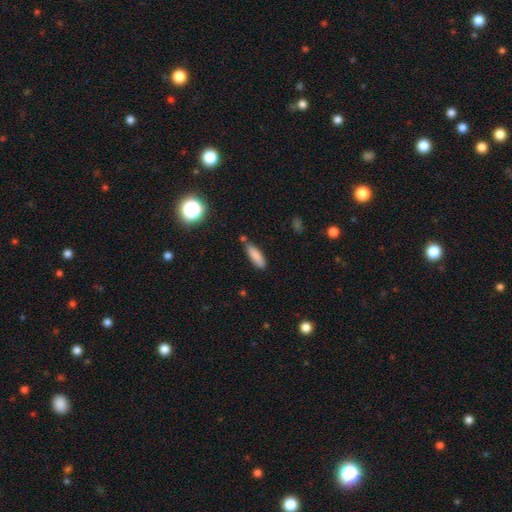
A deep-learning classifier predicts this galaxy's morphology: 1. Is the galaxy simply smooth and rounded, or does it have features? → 84% smooth, 8% star or artifact, 8% featured or disk.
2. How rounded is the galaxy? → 54% cigar-shaped, 44% in between, 2% round.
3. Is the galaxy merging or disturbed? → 77% none, 15% minor disturbance, 6% merger, 3% major disturbance.